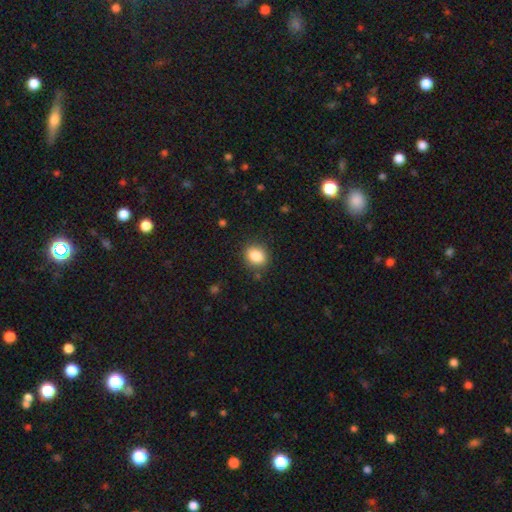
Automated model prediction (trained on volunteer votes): The model was most divided on "how rounded": round: 60%, in between: 39%, cigar-shaped: 1%. More confident: merging — none (86%); smooth or featured — smooth (85%).